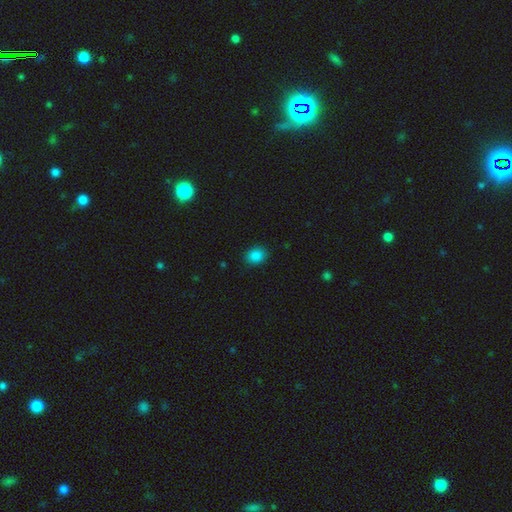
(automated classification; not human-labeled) A smooth galaxy with no disk features (85%) that is in between round and cigar-shaped (56%). Merging: none (88%).